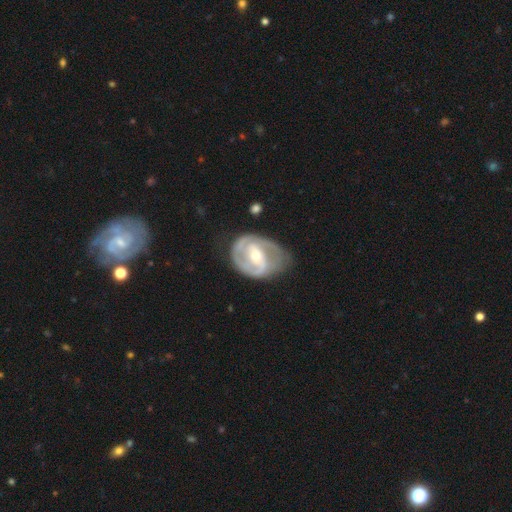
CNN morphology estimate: Smooth or featured?
  - featured or disk: 85% *
  - smooth: 11%
  - star or artifact: 4%
Edge-on disk?
  - no: 97% *
  - yes: 3%
Bar?
  - weak: 42% *
  - strong: 36%
  - no: 22%
Spiral arms?
  - yes: 91% *
  - no: 9%
Spiral winding?
  - tight: 43% * (tied)
  - medium: 43% * (tied)
  - loose: 14%
Spiral arm count?
  - 2: 71% *
  - can't tell: 13%
  - 3: 8%
  - 1: 5%
  - 4: 2%
  - more than 4: 2%
Bulge size?
  - moderate: 52% *
  - small: 45%
  - large: 2%
  - none: 1%
  - dominant: 1%
Merging?
  - none: 57% *
  - minor disturbance: 27%
  - major disturbance: 14%
  - merger: 2%